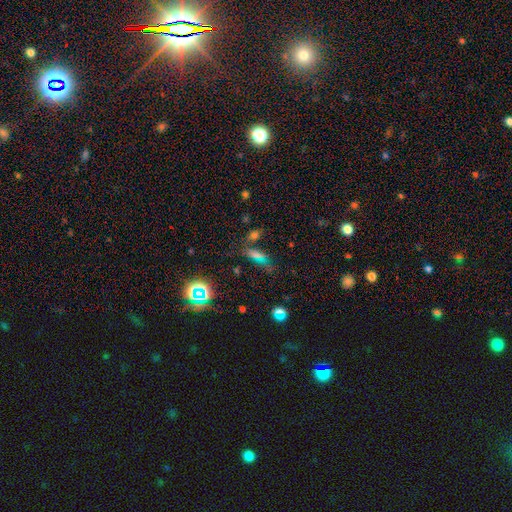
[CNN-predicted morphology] smooth_or_featured: smooth (p=0.57) [alt: star or artifact p=0.28]
how_rounded: in between (p=0.51) [alt: cigar-shaped p=0.43]
merging: none (p=0.53) [alt: minor disturbance p=0.21]